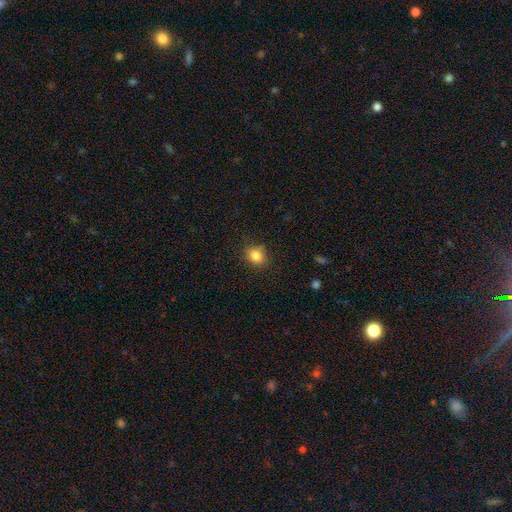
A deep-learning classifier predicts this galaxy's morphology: The model was most divided on "how rounded": round: 67%, in between: 32%, cigar-shaped: 1%. More confident: smooth or featured — smooth (85%); merging — none (82%).